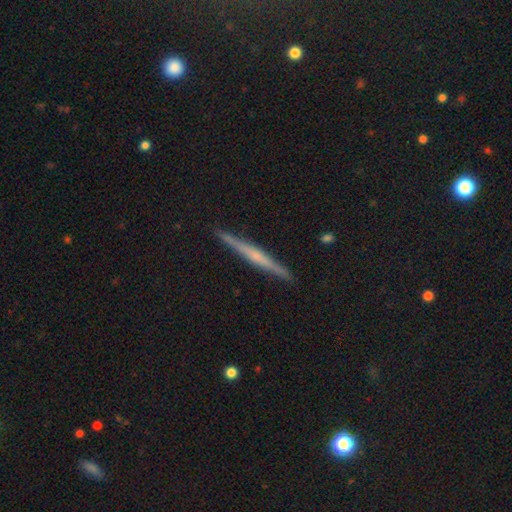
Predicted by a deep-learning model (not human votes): Overall: featured or disk (68%). Edge-on disk: yes (98%). Edge-on bulge: none (45%; rounded 41%). Merging: none (91%).